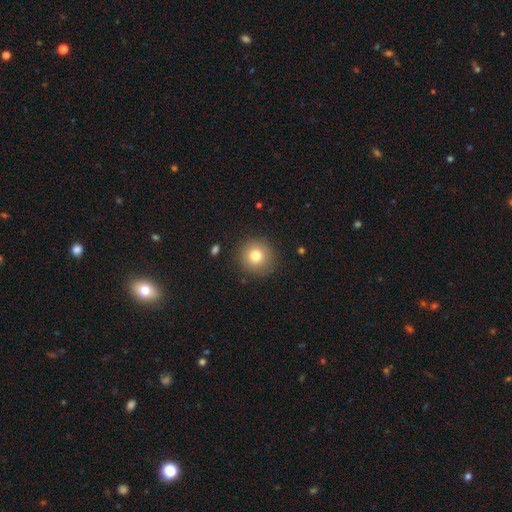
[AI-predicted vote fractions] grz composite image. It shows a smooth galaxy with no disk features (77%) that is round (94%). Merging: none (89%).